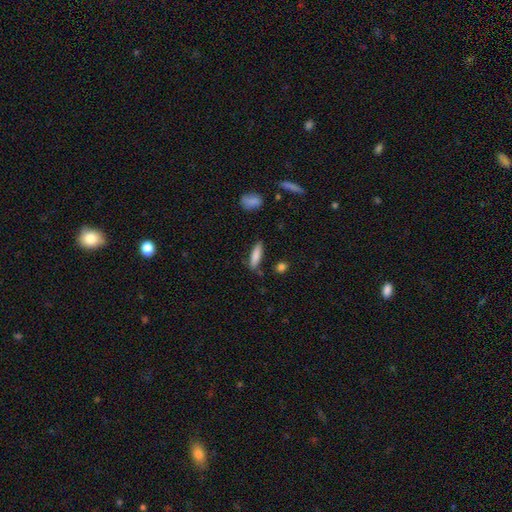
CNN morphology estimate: Smooth or featured?
  - smooth: 82% *
  - featured or disk: 11%
  - star or artifact: 6%
How rounded?
  - cigar-shaped: 71% *
  - in between: 28%
  - round: 2%
Merging?
  - none: 81% *
  - minor disturbance: 13%
  - merger: 3%
  - major disturbance: 3%